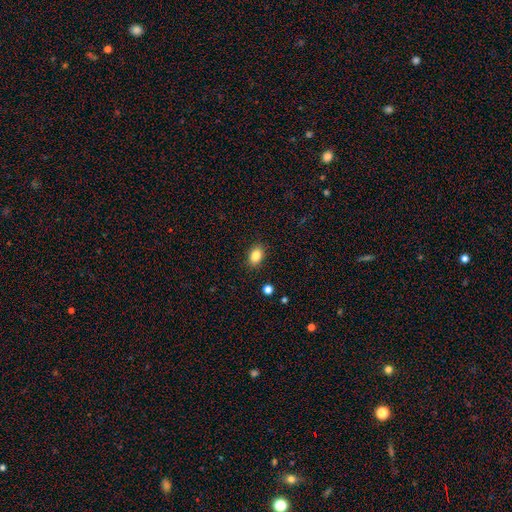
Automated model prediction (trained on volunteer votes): This is clearly a smooth galaxy (85%). How rounded: likely in between (78%). Merging: clearly none (88%).